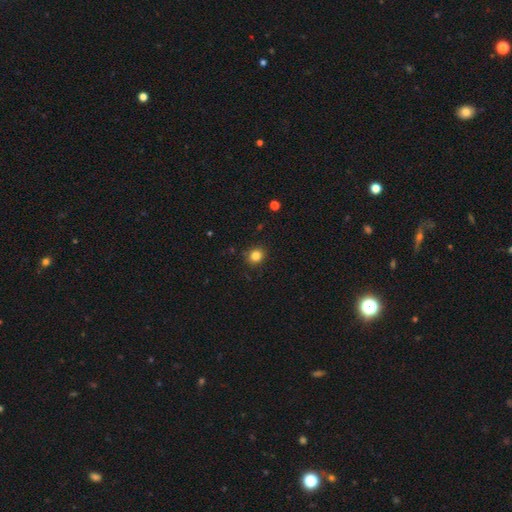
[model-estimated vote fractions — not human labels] A smooth galaxy with no disk features (83%) that is round (81%).

Vote fractions:
- Smooth or featured? smooth: 83% / star or artifact: 12% / featured or disk: 5%
- How rounded? round: 81% / in between: 19% / cigar-shaped: 1%
- Merging? none: 87% / minor disturbance: 9% / major disturbance: 2% / merger: 2%